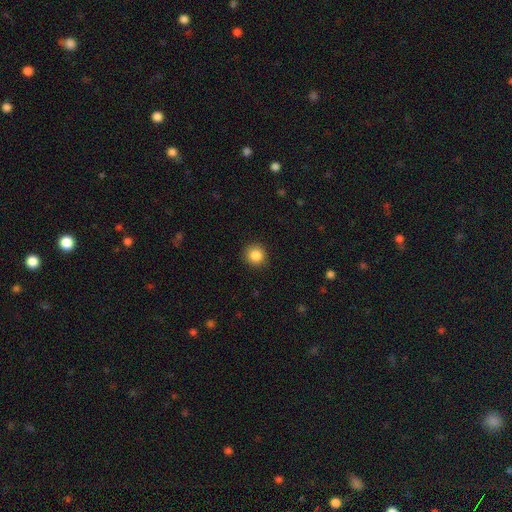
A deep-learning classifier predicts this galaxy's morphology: Q: Smooth or featured?
A: smooth (86%); runner-up: star or artifact (10%)
Q: How rounded?
A: round (93%); runner-up: in between (6%)
Q: Merging?
A: none (91%); runner-up: minor disturbance (6%)